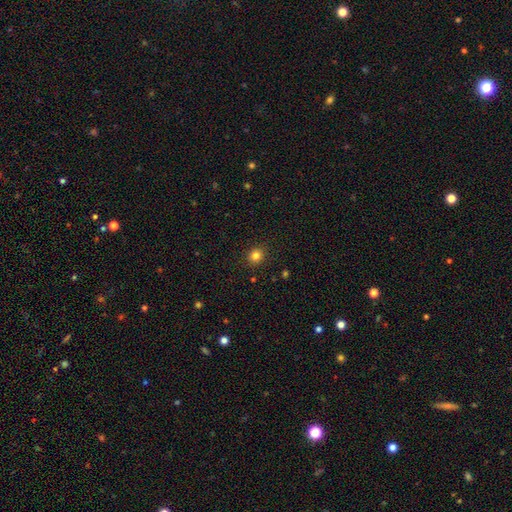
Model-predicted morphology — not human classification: Overall: smooth (82%). How rounded: round (88%). Merging: none (91%).